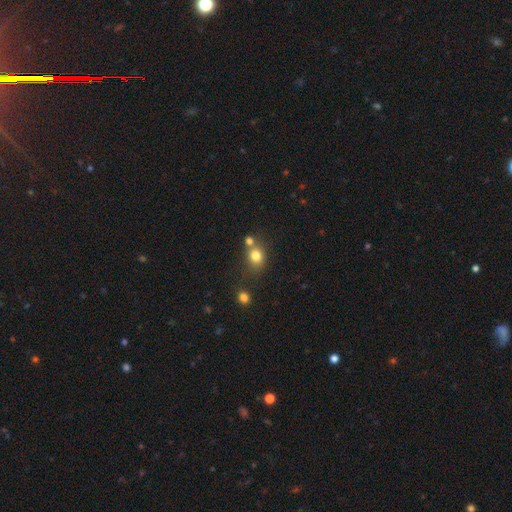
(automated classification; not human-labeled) This is likely a smooth galaxy (79%). How rounded: likely round (69%). Merging: possibly none (57%).